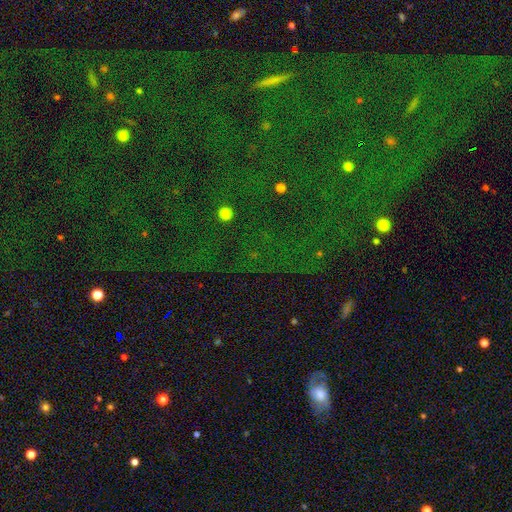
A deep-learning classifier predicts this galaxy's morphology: smooth_or_featured: star or artifact (p=0.72) [alt: smooth p=0.17]